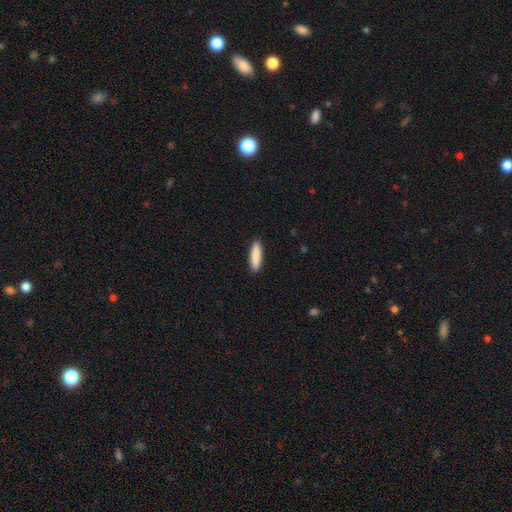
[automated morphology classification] This appears to be a smooth galaxy with no disk features (88%) that is cigar-shaped (74%). Merging: none (91%).